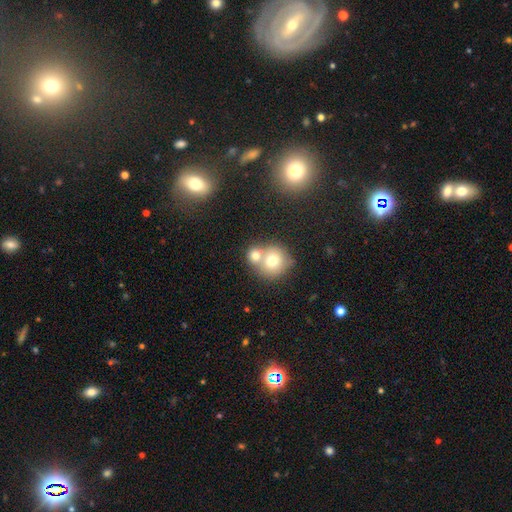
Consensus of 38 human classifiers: smooth-or-featured: smooth: 84% | featured or disk: 13% | star or artifact: 3%
  how-rounded: round: 88% | in between: 12% | cigar-shaped: 0%
  merging: merger: 62% | none: 35% | minor disturbance: 3% | major disturbance: 0%